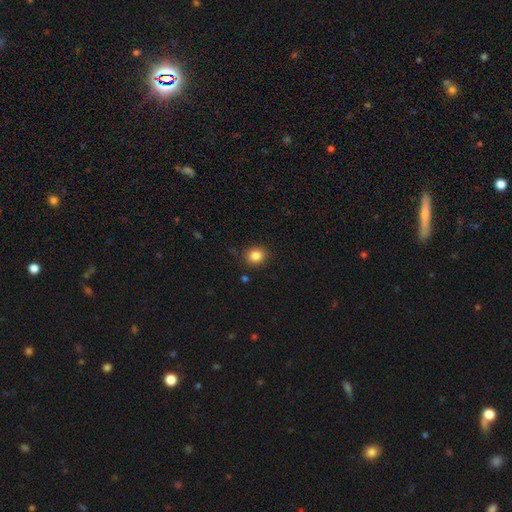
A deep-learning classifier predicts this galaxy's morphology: type=smooth (84%); roundness=round (75%); merging=none (88%).